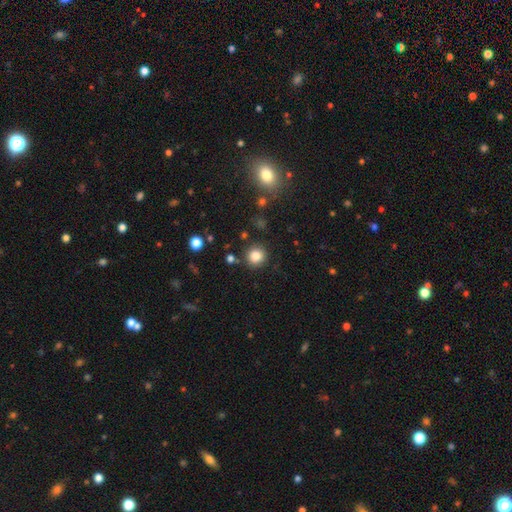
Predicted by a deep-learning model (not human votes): This is clearly a smooth galaxy (83%). How rounded: clearly round (92%). Merging: clearly none (88%).